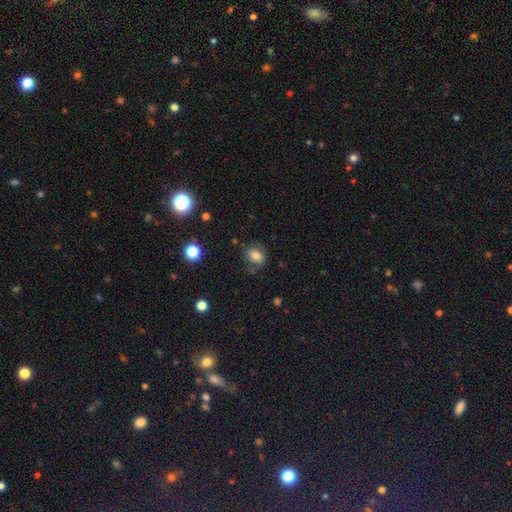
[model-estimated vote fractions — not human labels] Overall: smooth (72%). How rounded: in between (57%; round 42%). Merging: none (68%).